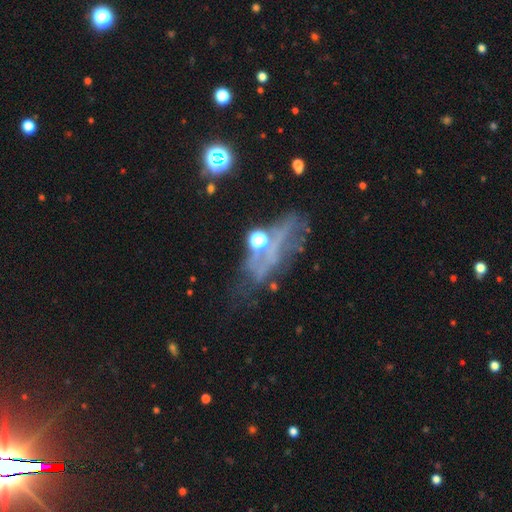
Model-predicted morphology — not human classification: A featured or disk galaxy (46%). Merging: none (45%).